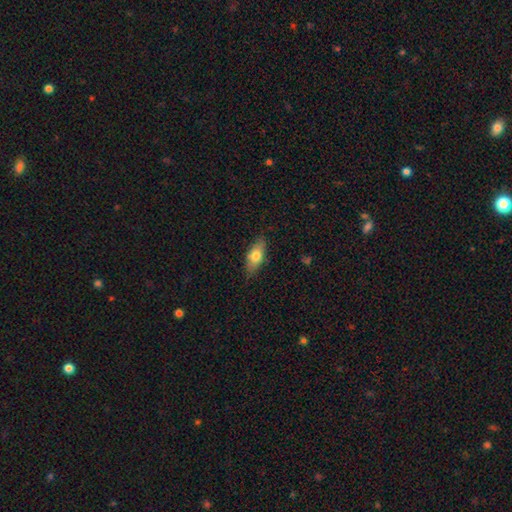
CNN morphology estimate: smooth 71%, featured or disk 22%, star or artifact 7%. Down the decision tree: how rounded — in between (77%); merging — none (83%).